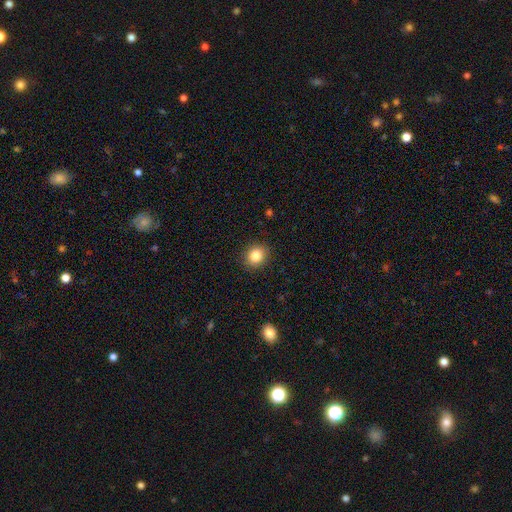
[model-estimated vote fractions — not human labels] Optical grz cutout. It shows a smooth galaxy with no disk features (85%) that is round (73%). Merging: none (90%).